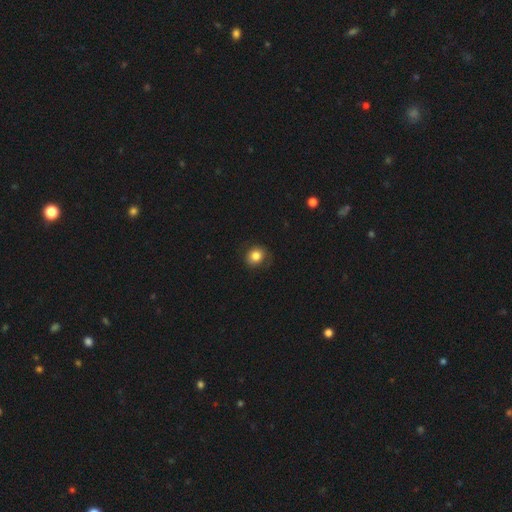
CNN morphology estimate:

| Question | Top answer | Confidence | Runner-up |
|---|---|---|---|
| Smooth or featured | smooth | 82% | star or artifact (10%) |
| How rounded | round | 78% | in between (21%) |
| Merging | none | 78% | minor disturbance (16%) |